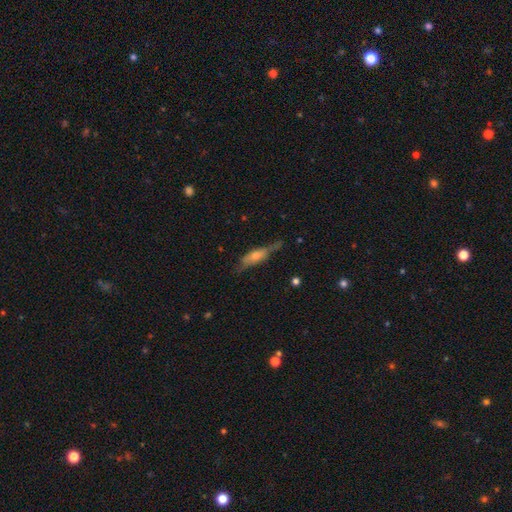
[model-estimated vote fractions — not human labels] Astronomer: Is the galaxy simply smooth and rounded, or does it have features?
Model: featured or disk — 52% (runner-up: smooth, 41%).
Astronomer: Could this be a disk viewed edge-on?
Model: yes — 75%.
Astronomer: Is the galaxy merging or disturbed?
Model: none — 58%.